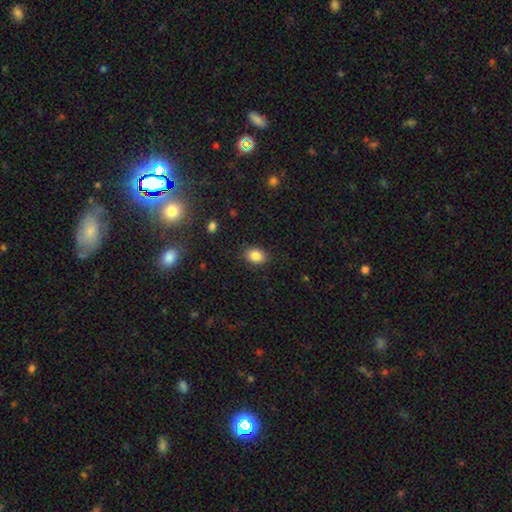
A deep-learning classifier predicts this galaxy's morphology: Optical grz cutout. It shows a smooth galaxy with no disk features (86%) that is in between round and cigar-shaped (69%). Merging: none (85%).